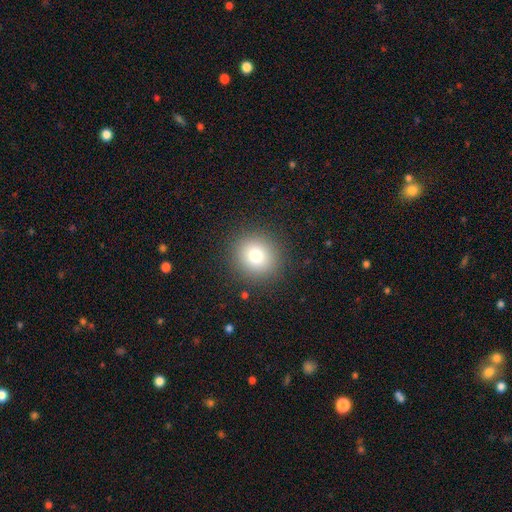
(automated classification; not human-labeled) A smooth galaxy with no disk features (78%) that is round (91%).

Vote fractions:
- Smooth or featured? smooth: 78% / star or artifact: 13% / featured or disk: 9%
- How rounded? round: 91% / in between: 8% / cigar-shaped: 1%
- Merging? none: 90% / minor disturbance: 6% / major disturbance: 3% / merger: 1%